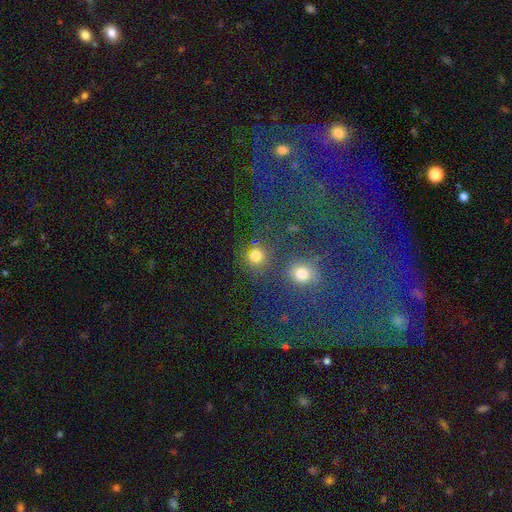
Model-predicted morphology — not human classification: Smooth or featured?
  - smooth: 76% *
  - star or artifact: 18%
  - featured or disk: 7%
How rounded?
  - round: 88% *
  - in between: 10%
  - cigar-shaped: 1%
Merging?
  - none: 66% *
  - merger: 19%
  - minor disturbance: 9%
  - major disturbance: 6%